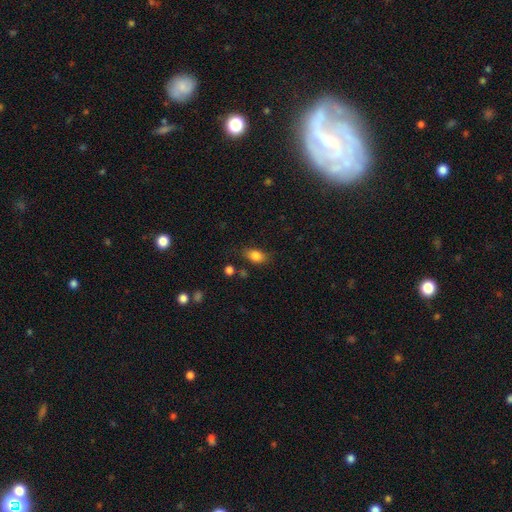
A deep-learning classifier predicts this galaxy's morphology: smooth 82%, star or artifact 9%, featured or disk 9%. Down the decision tree: how rounded — in between (83%); merging — none (75%).